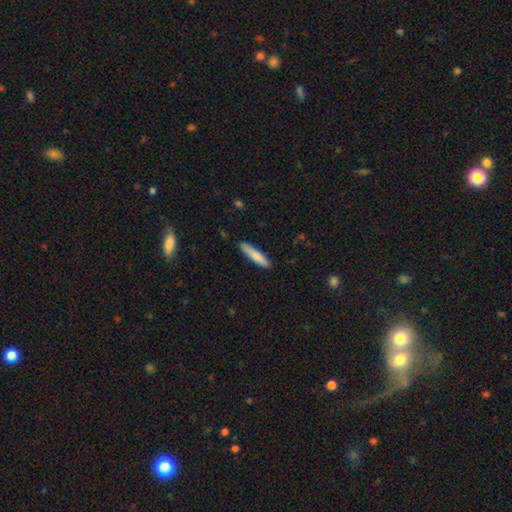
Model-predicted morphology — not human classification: Smooth or featured? smooth (81%)
How rounded? cigar-shaped (87%)
Merging? none (88%)